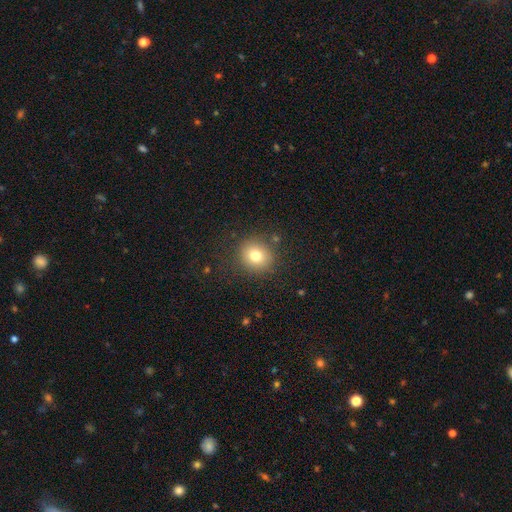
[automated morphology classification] smooth_or_featured: smooth (p=0.77) [alt: star or artifact p=0.12]
how_rounded: round (p=0.83) [alt: in between p=0.16]
merging: none (p=0.85) [alt: minor disturbance p=0.09]